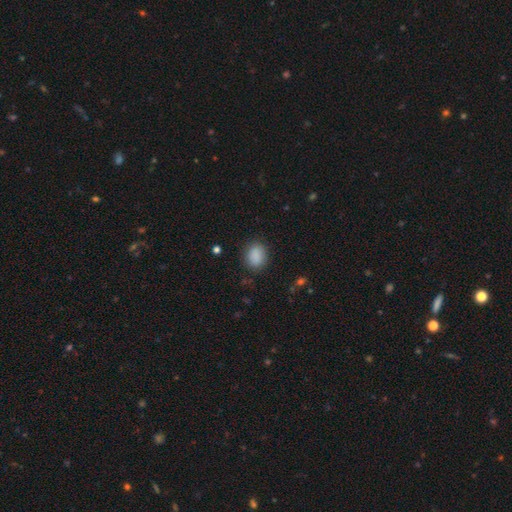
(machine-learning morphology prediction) This is clearly a smooth galaxy (87%). How rounded: likely in between (63%). Merging: clearly none (83%).